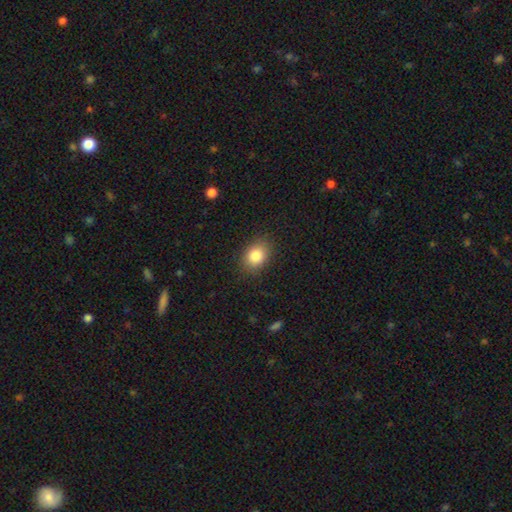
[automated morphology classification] Smooth or featured: smooth — 84% (star or artifact — 9%)
How rounded: in between — 64% (round — 35%)
Merging: none — 85% (minor disturbance — 11%)